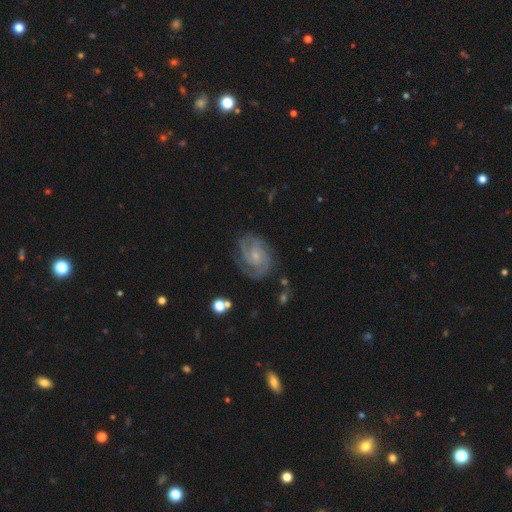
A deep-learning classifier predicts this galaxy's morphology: Smooth or featured?
  - featured or disk: 90% *
  - smooth: 5%
  - star or artifact: 5%
Edge-on disk?
  - no: 98% *
  - yes: 2%
Bar?
  - no: 66% *
  - weak: 28%
  - strong: 6%
Spiral arms?
  - yes: 98% *
  - no: 2%
Spiral winding?
  - tight: 67% *
  - medium: 29%
  - loose: 4%
Spiral arm count?
  - 2: 46% *
  - 3: 30%
  - can't tell: 10%
  - 4: 6%
  - 1: 4%
  - more than 4: 4%
Bulge size?
  - small: 72% *
  - moderate: 21%
  - none: 5%
  - large: 1%
  - dominant: 1%
Merging?
  - none: 77% *
  - minor disturbance: 16%
  - major disturbance: 5%
  - merger: 2%